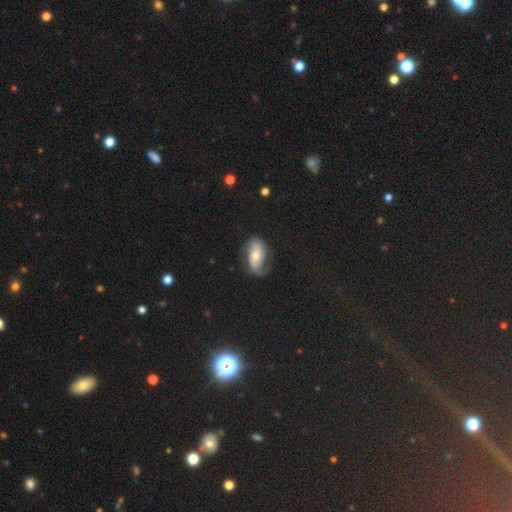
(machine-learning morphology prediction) A featured or disk galaxy (72%) with no bar (50%), 2 (80%) loose (46%) spiral arms (91%) and a moderate central bulge (64%). Merging: none (66%).